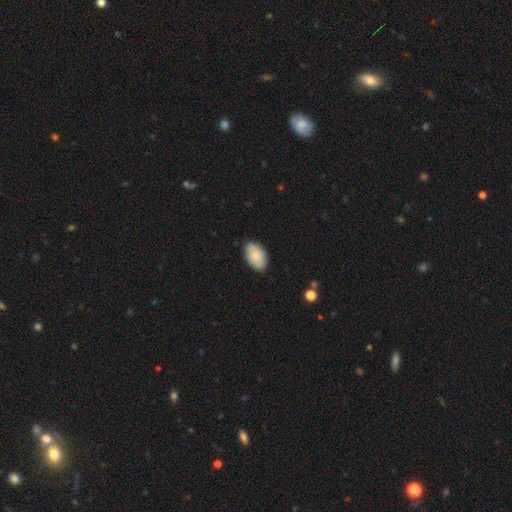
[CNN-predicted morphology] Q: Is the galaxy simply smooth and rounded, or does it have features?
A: smooth — 81%.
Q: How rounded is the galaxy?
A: in between — 93%.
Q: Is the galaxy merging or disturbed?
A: none — 83%.